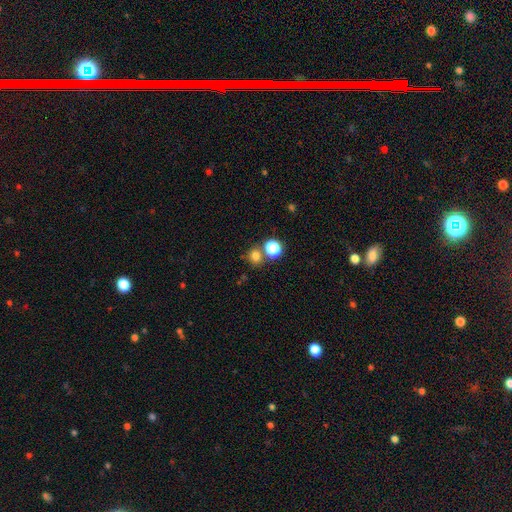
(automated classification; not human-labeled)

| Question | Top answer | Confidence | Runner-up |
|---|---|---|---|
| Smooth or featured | smooth | 74% | star or artifact (20%) |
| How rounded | round | 78% | in between (21%) |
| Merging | none | 69% | merger (19%) |